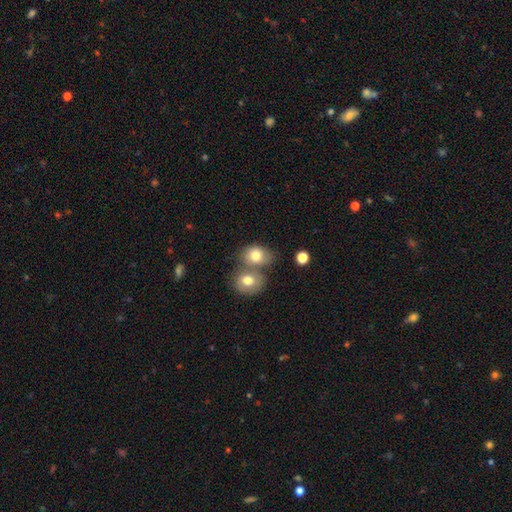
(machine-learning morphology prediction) smooth-or-featured: smooth: 78% | featured or disk: 14% | star or artifact: 8%
  how-rounded: in between: 51% | round: 48% | cigar-shaped: 1%
  merging: merger: 51% | none: 34% | minor disturbance: 11% | major disturbance: 5%